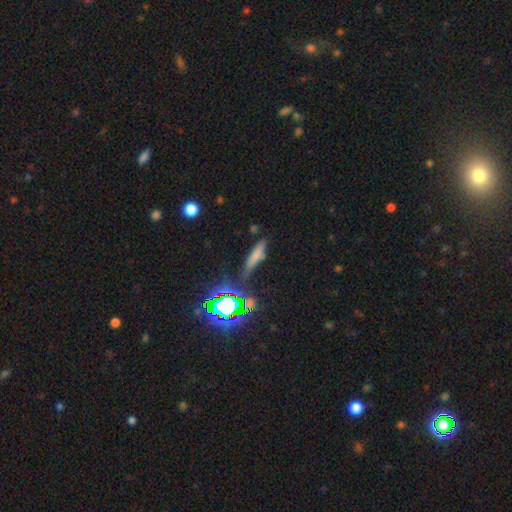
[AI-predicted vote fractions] This is possibly a smooth galaxy (59%). How rounded: likely cigar-shaped (76%). Merging: likely none (64%).